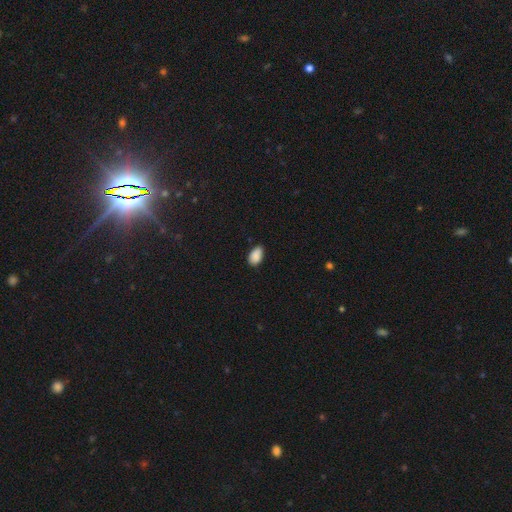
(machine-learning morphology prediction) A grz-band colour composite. It shows a smooth galaxy with no disk features (89%) that is in between round and cigar-shaped (92%). Merging: none (77%).